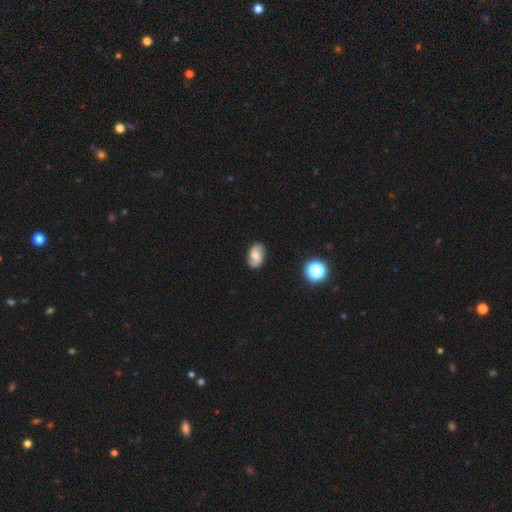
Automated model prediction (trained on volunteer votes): smooth_or_featured: smooth (p=0.49) [alt: featured or disk p=0.41]
merging: none (p=0.84) [alt: minor disturbance p=0.12]